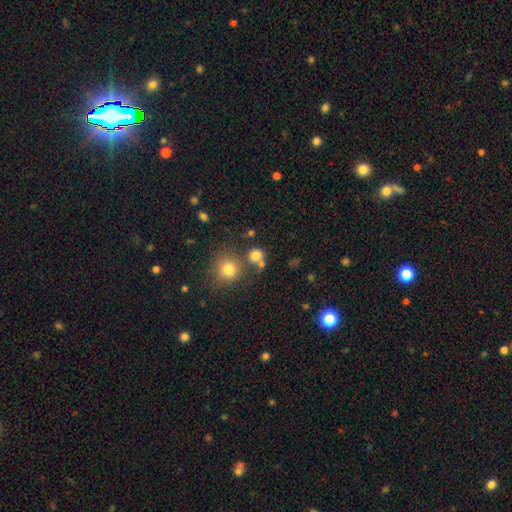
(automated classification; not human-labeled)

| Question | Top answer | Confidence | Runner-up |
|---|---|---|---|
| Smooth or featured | smooth | 78% | star or artifact (14%) |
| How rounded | round | 84% | in between (15%) |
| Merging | none | 61% | merger (24%) |